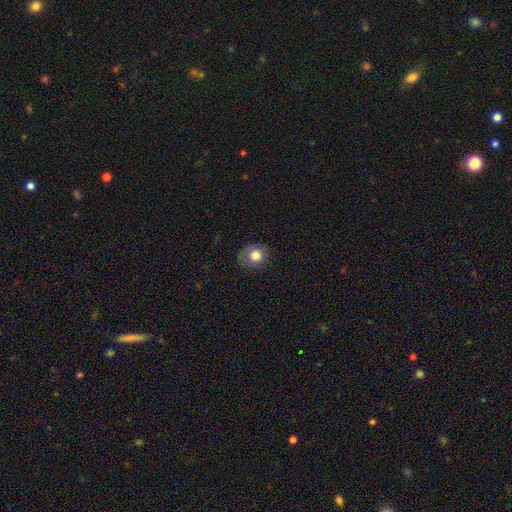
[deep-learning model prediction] Morphology: type=smooth (81%); roundness=round (80%); merging=none (68%).